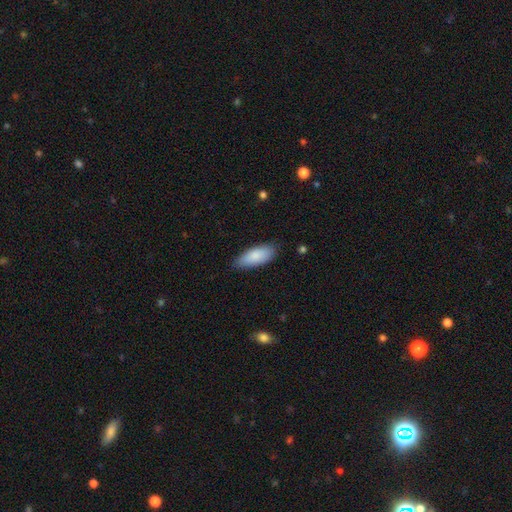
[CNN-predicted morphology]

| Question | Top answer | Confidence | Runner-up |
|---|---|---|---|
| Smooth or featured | smooth | 85% | featured or disk (9%) |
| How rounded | in between | 80% | cigar-shaped (18%) |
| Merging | none | 79% | minor disturbance (17%) |